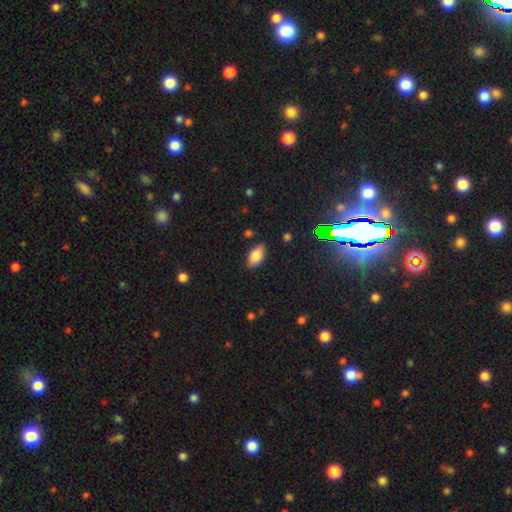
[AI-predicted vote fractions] Morphology: type=smooth (81%); roundness=in between (92%); merging=none (85%).